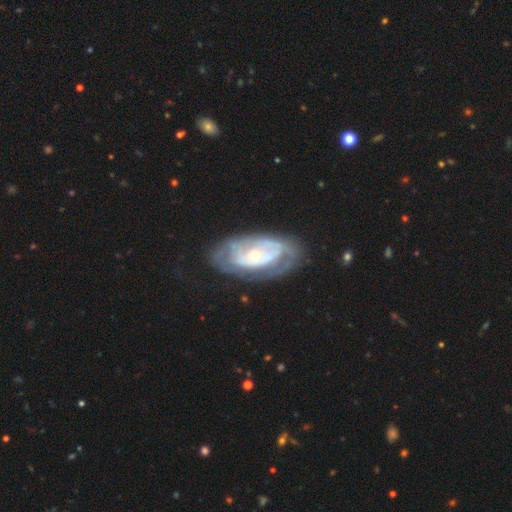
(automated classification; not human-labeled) This is likely a featured or disk galaxy (80%). It is clearly not viewed edge-on (93%). Bar: likely no (71%). Spiral arm pattern: likely yes (78%). Spiral arm count: possibly can't tell (49%). Spiral winding: likely tight (64%). Central bulge: possibly small (58%). Merging: likely none (62%).